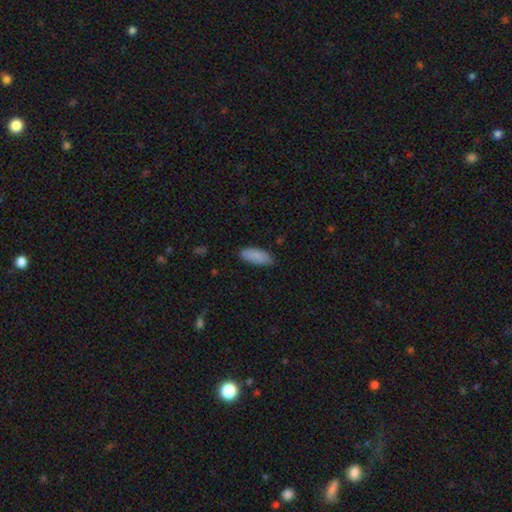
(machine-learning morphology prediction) A smooth galaxy with no disk features (88%) that is in between round and cigar-shaped (84%). Merging: none (84%).